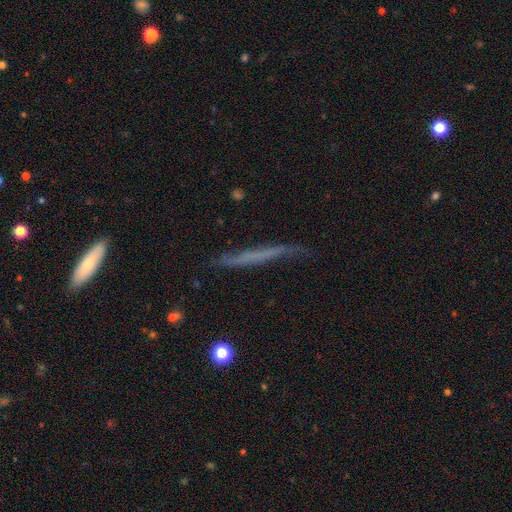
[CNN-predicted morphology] This appears to be a featured or disk galaxy (49%). Merging: none (75%).